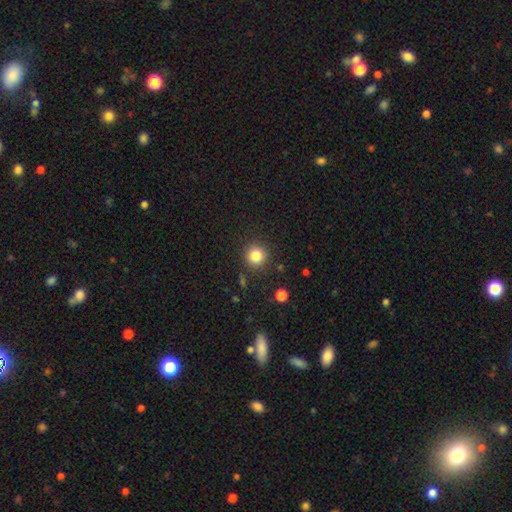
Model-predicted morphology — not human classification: Smooth or featured? smooth (84%)
How rounded? round (93%)
Merging? none (88%)